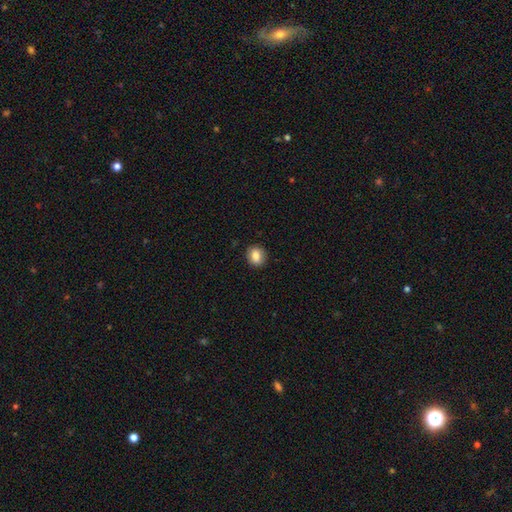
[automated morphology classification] A smooth galaxy with no disk features (83%) that is round (67%). Merging: none (88%).